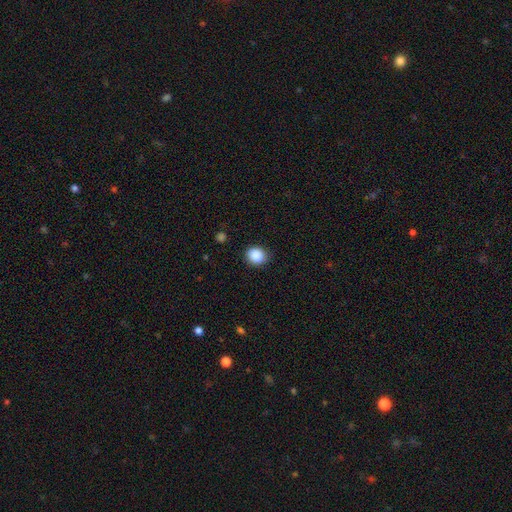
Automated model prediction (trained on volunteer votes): smooth_or_featured: smooth (p=0.87) [alt: star or artifact p=0.09]
how_rounded: round (p=0.75) [alt: in between p=0.24]
merging: none (p=0.88) [alt: minor disturbance p=0.09]